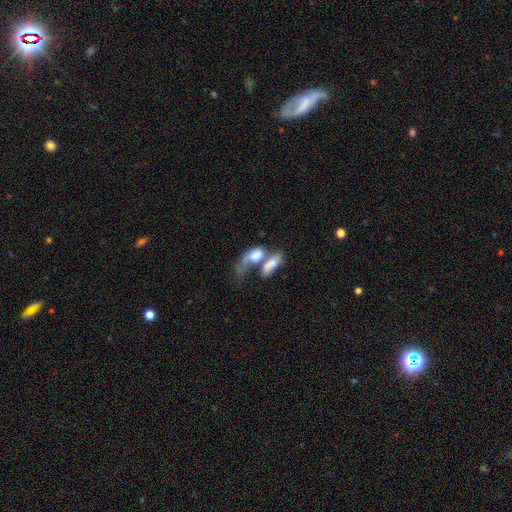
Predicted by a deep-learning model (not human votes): smooth_or_featured: smooth (p=0.62) [alt: featured or disk p=0.29]
how_rounded: in between (p=0.81) [alt: cigar-shaped p=0.12]
merging: merger (p=0.69) [alt: major disturbance p=0.14]